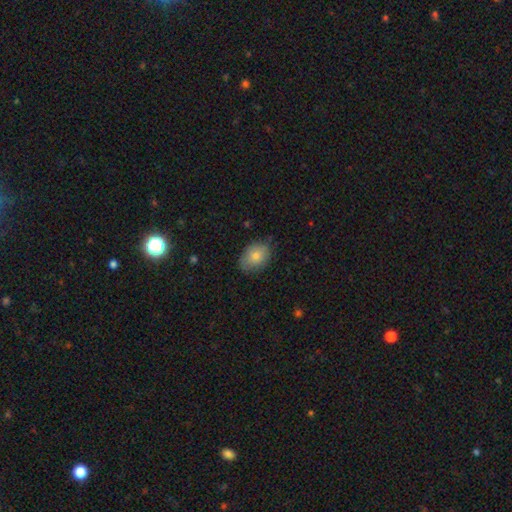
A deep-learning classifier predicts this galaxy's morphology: A smooth galaxy with no disk features (78%) that is in between round and cigar-shaped (77%).

Vote fractions:
- Smooth or featured? smooth: 78% / featured or disk: 12% / star or artifact: 10%
- How rounded? in between: 77% / round: 22% / cigar-shaped: 1%
- Merging? none: 79% / minor disturbance: 17% / major disturbance: 3% / merger: 1%